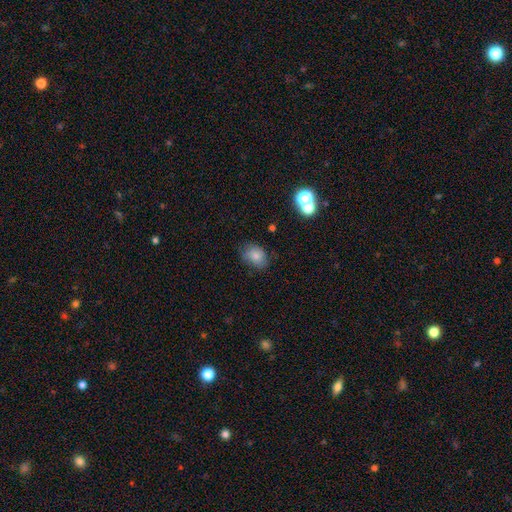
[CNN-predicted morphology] type=smooth (81%); roundness=in between (69%); merging=none (71%).